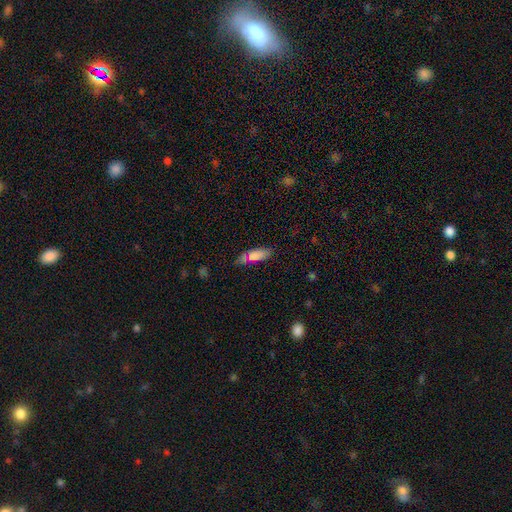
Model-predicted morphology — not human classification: smooth-or-featured: smooth: 78% | star or artifact: 13% | featured or disk: 10%
  how-rounded: in between: 65% | cigar-shaped: 33% | round: 3%
  merging: none: 73% | minor disturbance: 18% | major disturbance: 5% | merger: 4%